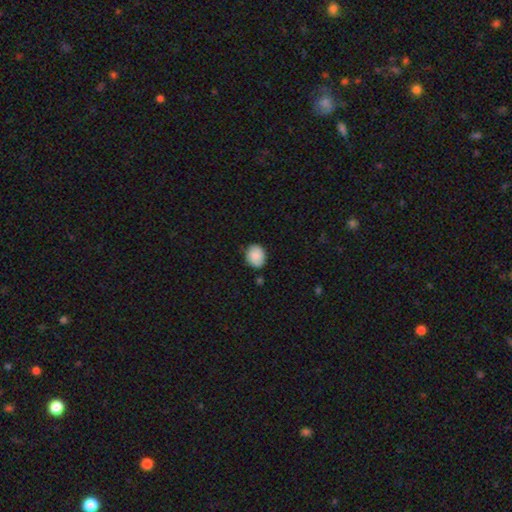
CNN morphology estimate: A smooth galaxy with no disk features (86%) that is round (60%). Merging: none (80%).